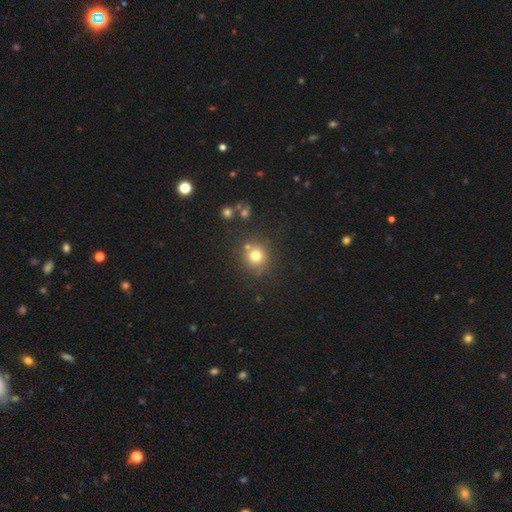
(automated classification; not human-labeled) A smooth galaxy with no disk features (76%) that is round (92%).

Vote fractions:
- Smooth or featured? smooth: 76% / star or artifact: 15% / featured or disk: 8%
- How rounded? round: 92% / in between: 7% / cigar-shaped: 1%
- Merging? none: 78% / merger: 10% / minor disturbance: 9% / major disturbance: 3%